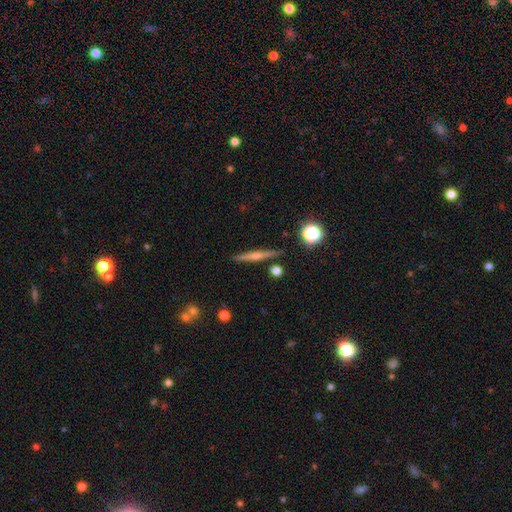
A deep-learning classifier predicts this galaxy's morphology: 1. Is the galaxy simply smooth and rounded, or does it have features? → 62% featured or disk, 29% smooth, 9% star or artifact.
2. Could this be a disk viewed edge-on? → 97% yes, 3% no.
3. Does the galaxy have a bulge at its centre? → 71% rounded, 21% none, 8% boxy.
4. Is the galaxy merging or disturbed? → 90% none, 7% minor disturbance, 2% merger, 2% major disturbance.